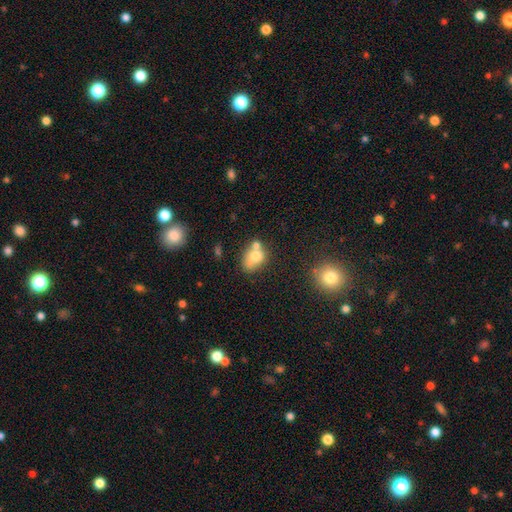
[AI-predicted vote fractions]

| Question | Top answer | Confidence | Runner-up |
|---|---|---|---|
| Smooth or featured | smooth | 70% | featured or disk (20%) |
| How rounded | in between | 58% | round (41%) |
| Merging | merger | 39% | none (37%) |